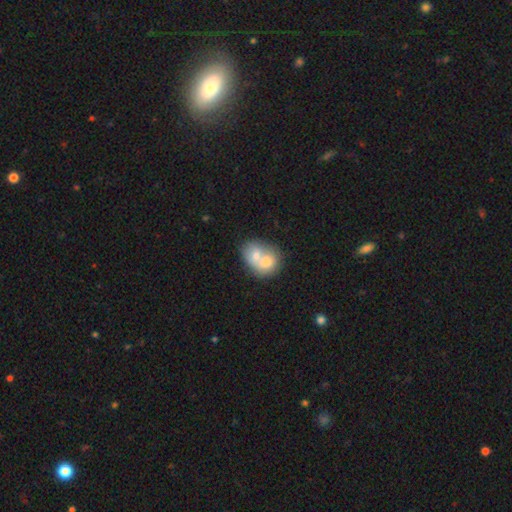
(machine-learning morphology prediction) Overall: smooth (66%; featured or disk 27%). How rounded: round (53%; in between 46%). Merging: merger (75%).